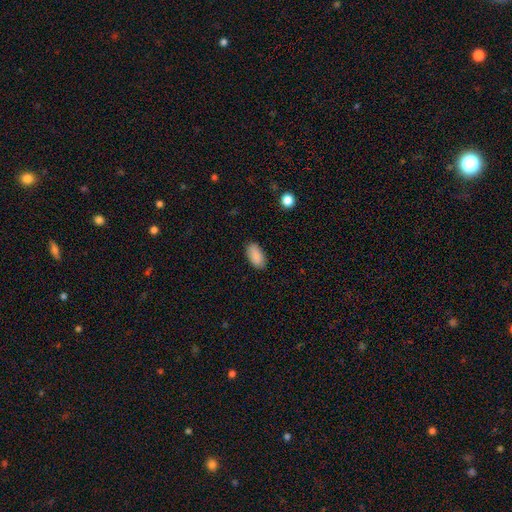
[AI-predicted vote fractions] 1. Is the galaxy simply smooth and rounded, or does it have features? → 90% smooth, 7% star or artifact, 4% featured or disk.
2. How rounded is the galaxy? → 94% in between, 3% round, 3% cigar-shaped.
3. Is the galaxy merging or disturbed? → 87% none, 10% minor disturbance, 2% major disturbance, 1% merger.